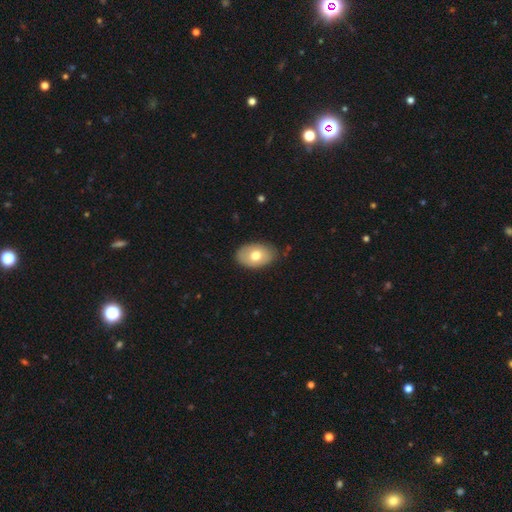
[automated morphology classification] Smooth or featured? Predicted: smooth (p=0.71). How rounded? Predicted: in between (p=0.89). Merging? Predicted: none (p=0.81).